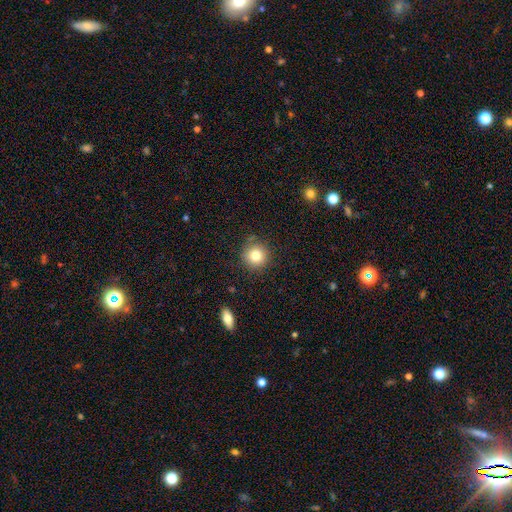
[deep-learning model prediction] Q: Smooth or featured?
A: smooth (80%); runner-up: star or artifact (11%)
Q: How rounded?
A: round (94%); runner-up: in between (5%)
Q: Merging?
A: none (86%); runner-up: minor disturbance (9%)